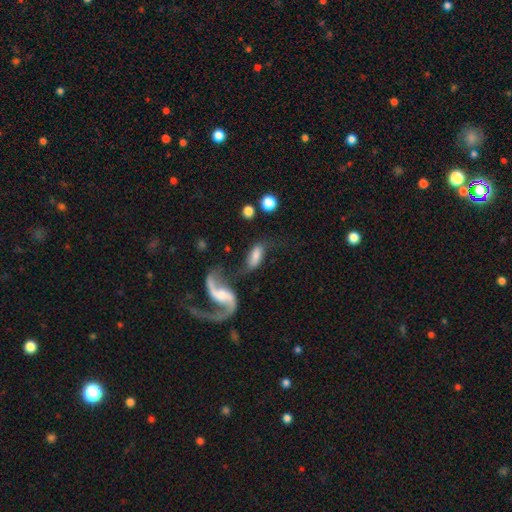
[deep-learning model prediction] smooth-or-featured: smooth: 51% | featured or disk: 39% | star or artifact: 9%
  how-rounded: in between: 83% | cigar-shaped: 11% | round: 5%
  merging: none: 44% | merger: 22% | minor disturbance: 18% | major disturbance: 16%